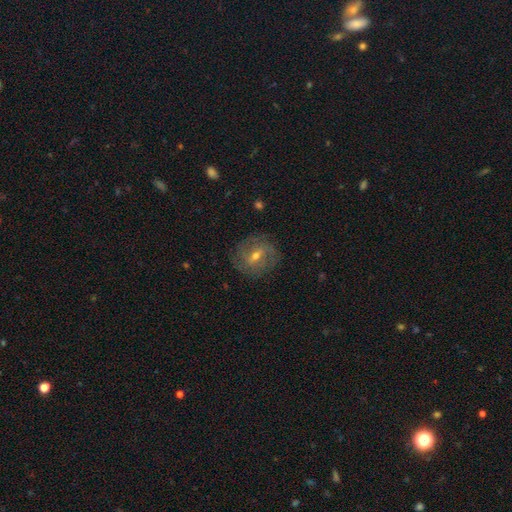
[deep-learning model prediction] featured or disk 62%, smooth 28%, star or artifact 10%. Down the decision tree: edge-on disk — no (92%); bar — weak (52%); spiral arms — yes (67%); bulge size — moderate (54%); merging — none (81%).